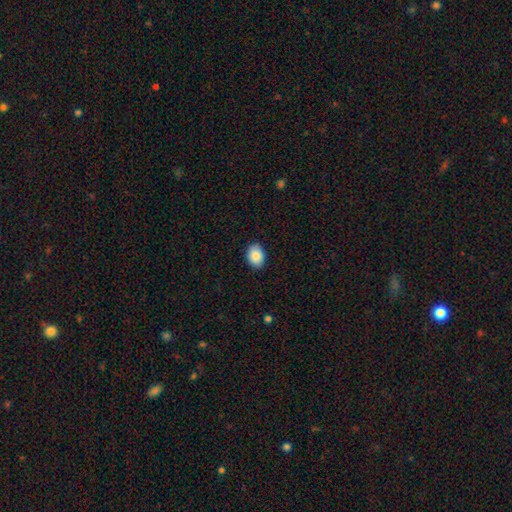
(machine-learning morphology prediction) A smooth galaxy with no disk features (89%) that is in between round and cigar-shaped (76%). Merging: none (88%).